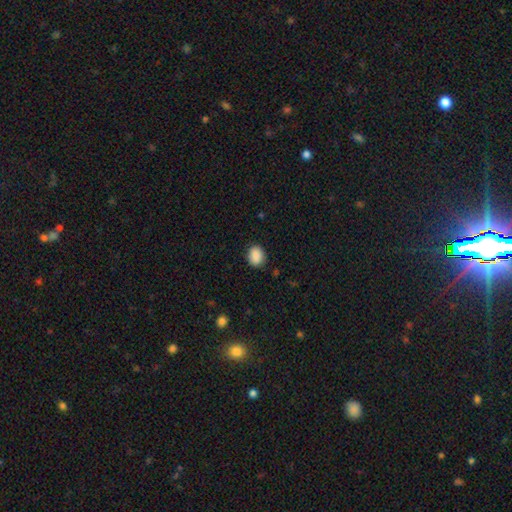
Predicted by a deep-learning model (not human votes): Smooth or featured?
  - smooth: 89% *
  - star or artifact: 8%
  - featured or disk: 3%
How rounded?
  - round: 50% *
  - in between: 49%
  - cigar-shaped: 1%
Merging?
  - none: 86% *
  - minor disturbance: 10%
  - major disturbance: 3%
  - merger: 1%